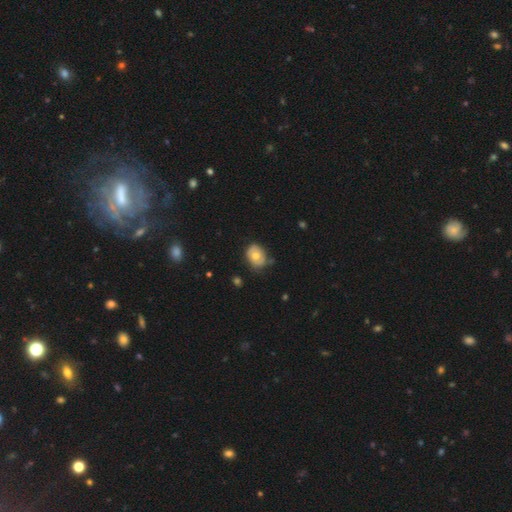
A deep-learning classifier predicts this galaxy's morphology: Q: Smooth or featured?
A: smooth (62%); runner-up: featured or disk (30%)
Q: How rounded?
A: in between (60%); runner-up: round (39%)
Q: Merging?
A: none (57%); runner-up: minor disturbance (32%)